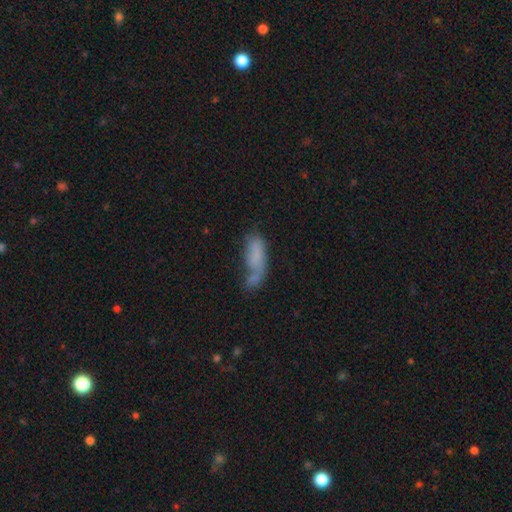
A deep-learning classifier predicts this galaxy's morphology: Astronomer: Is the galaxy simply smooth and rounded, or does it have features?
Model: smooth — 70%.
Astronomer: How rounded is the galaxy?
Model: in between — 70%.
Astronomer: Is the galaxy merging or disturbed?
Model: merger — 34% (runner-up: none, 27%).